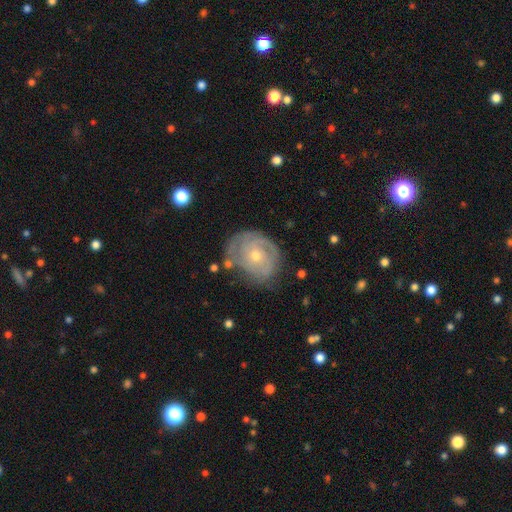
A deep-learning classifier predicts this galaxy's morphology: A featured or disk galaxy (75%) with no bar (78%), tight (68%) spiral arms (84%) and a small central bulge (52%).

Vote fractions:
- Smooth or featured? featured or disk: 75% / smooth: 19% / star or artifact: 7%
- Edge-on disk? no: 97% / yes: 3%
- Bar? no: 78% / weak: 19% / strong: 3%
- Spiral arms? yes: 84% / no: 16%
- Spiral winding? tight: 68% / medium: 24% / loose: 8%
- Spiral arm count? can't tell: 40% / 2: 32% / 3: 13% / 1: 8% / 4: 4% / more than 4: 3%
- Bulge size? small: 52% / moderate: 45% / large: 1% / none: 1% / dominant: 1%
- Merging? none: 66% / minor disturbance: 23% / major disturbance: 9% / merger: 3%